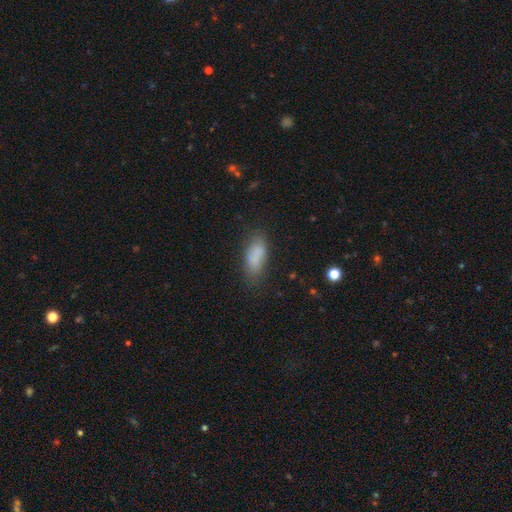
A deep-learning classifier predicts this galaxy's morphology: type=smooth (79%); roundness=in between (79%); merging=none (64%).